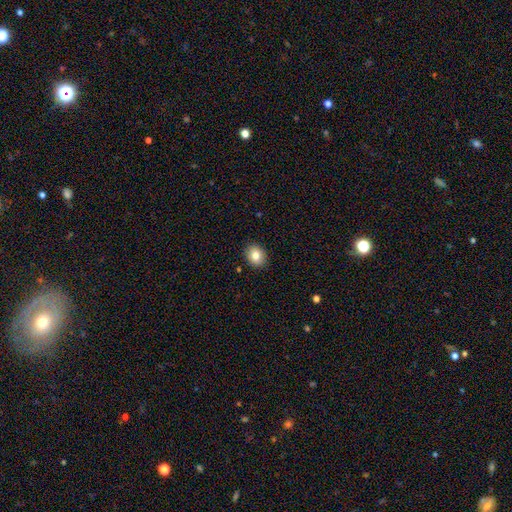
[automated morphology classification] Smooth or featured: smooth — 83% (star or artifact — 9%)
How rounded: in between — 50% (round — 49%)
Merging: none — 90% (minor disturbance — 8%)